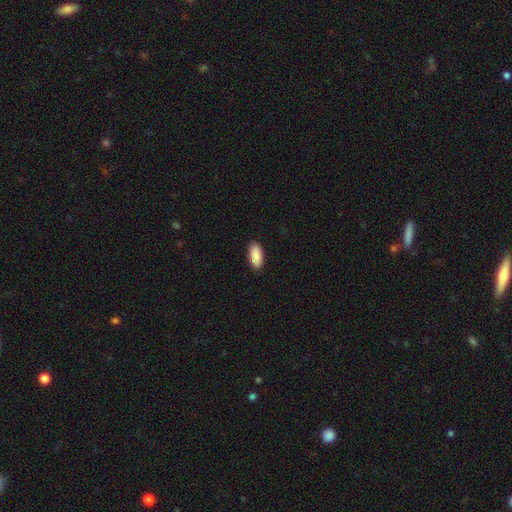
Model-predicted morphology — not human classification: This appears to be a smooth galaxy with no disk features (89%) that is in between round and cigar-shaped (88%). Merging: none (89%).